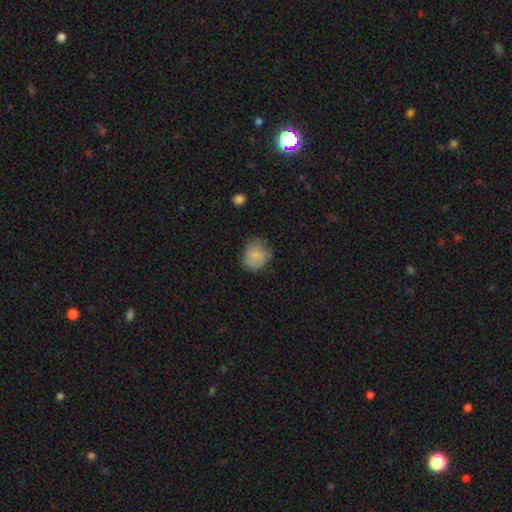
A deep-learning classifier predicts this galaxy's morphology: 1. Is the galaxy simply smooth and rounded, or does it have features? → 80% smooth, 12% featured or disk, 8% star or artifact.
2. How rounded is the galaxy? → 69% round, 30% in between, 1% cigar-shaped.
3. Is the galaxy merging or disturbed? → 63% none, 28% minor disturbance, 8% major disturbance, 1% merger.